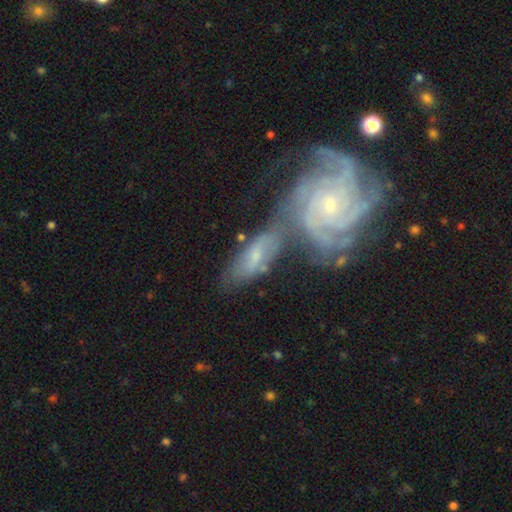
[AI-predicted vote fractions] smooth_or_featured: featured or disk (p=0.69) [alt: smooth p=0.23]
disk_edge_on: no (p=0.91) [alt: yes p=0.09]
bar: no (p=0.52) [alt: weak p=0.36]
has_spiral_arms: yes (p=0.89) [alt: no p=0.11]
spiral_winding: tight (p=0.62) [alt: medium p=0.29]
spiral_arm_count: can't tell (p=0.38) [alt: 3 p=0.19]
bulge_size: small (p=0.64) [alt: moderate p=0.29]
merging: merger (p=0.45) [alt: none p=0.32]